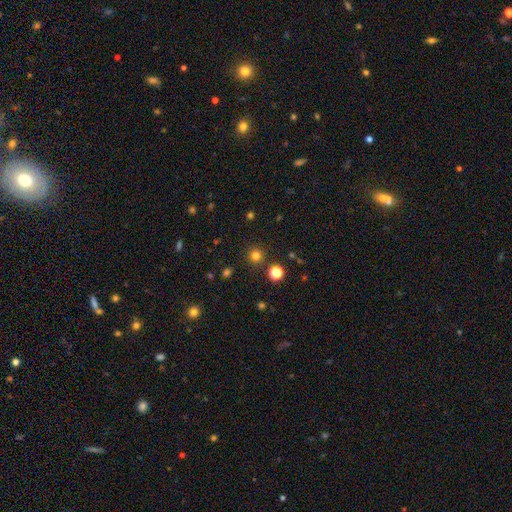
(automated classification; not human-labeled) This is likely a smooth galaxy (77%). How rounded: clearly round (95%). Merging: clearly none (89%).